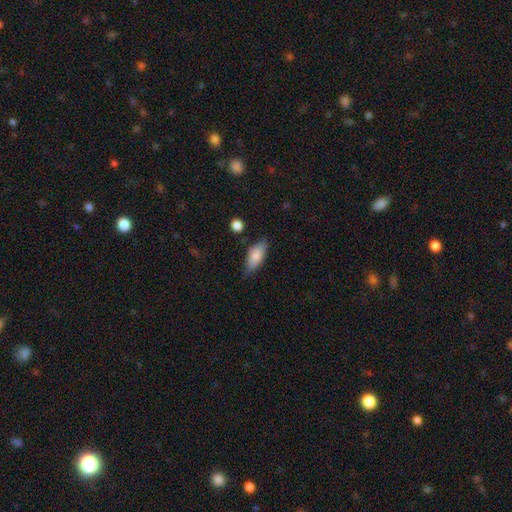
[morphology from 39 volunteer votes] Smooth or featured? 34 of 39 (87%) said smooth. How rounded? 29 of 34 (85%) said in between. Merging? 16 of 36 (44%) said none.